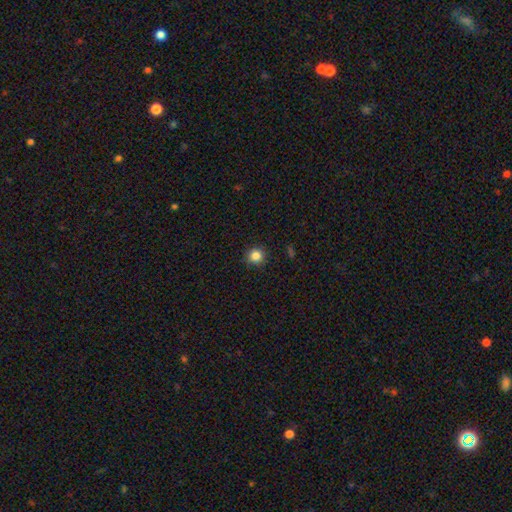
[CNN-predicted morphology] smooth-or-featured: smooth: 85% | star or artifact: 11% | featured or disk: 4%
  how-rounded: round: 94% | in between: 5% | cigar-shaped: 1%
  merging: none: 91% | minor disturbance: 6% | major disturbance: 2% | merger: 1%